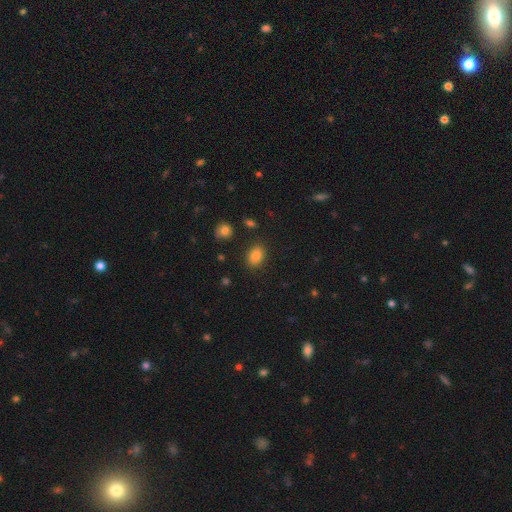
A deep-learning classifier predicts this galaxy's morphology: Smooth or featured?
  - smooth: 86% *
  - star or artifact: 10%
  - featured or disk: 4%
How rounded?
  - in between: 81% *
  - round: 18%
  - cigar-shaped: 1%
Merging?
  - none: 84% *
  - minor disturbance: 11%
  - major disturbance: 3%
  - merger: 2%